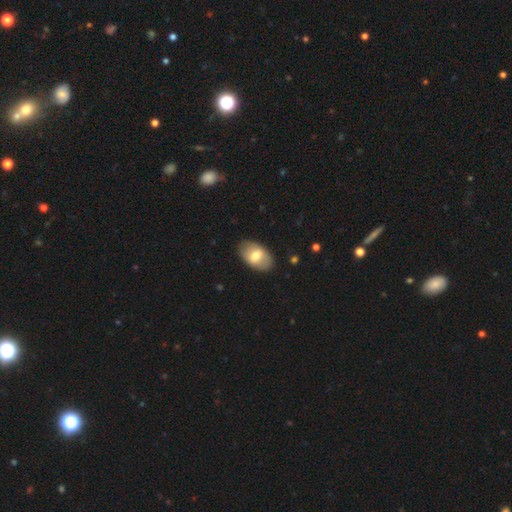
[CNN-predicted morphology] Smooth or featured? Predicted: smooth (p=0.64). How rounded? Predicted: in between (p=0.91). Merging? Predicted: none (p=0.85).